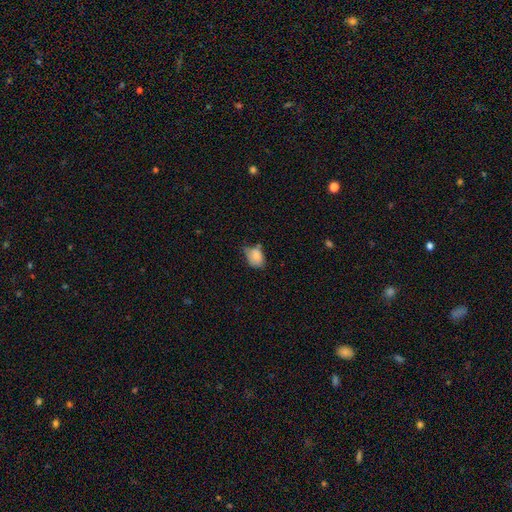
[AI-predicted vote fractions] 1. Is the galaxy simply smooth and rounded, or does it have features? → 78% smooth, 13% featured or disk, 9% star or artifact.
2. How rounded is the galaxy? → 72% in between, 26% round, 1% cigar-shaped.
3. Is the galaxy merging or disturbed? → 43% none, 39% minor disturbance, 10% major disturbance, 9% merger.